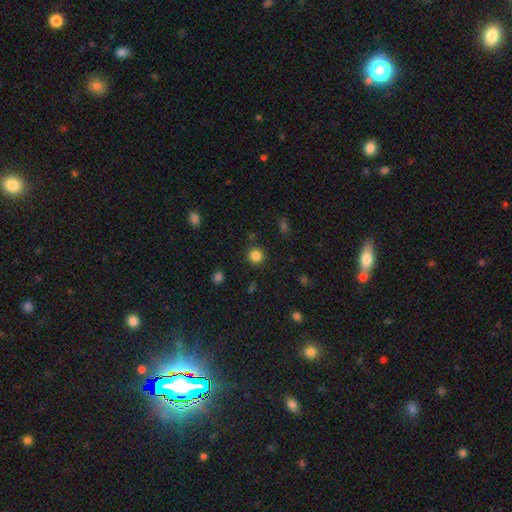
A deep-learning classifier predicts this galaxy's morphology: The model was most divided on "smooth or featured": smooth: 84%, star or artifact: 12%, featured or disk: 4%. More confident: how rounded — round (92%); merging — none (89%).